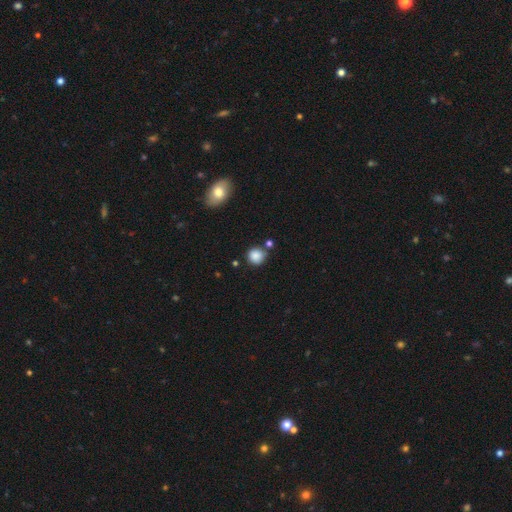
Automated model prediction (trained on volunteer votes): A smooth galaxy with no disk features (86%) that is round (89%).

Vote fractions:
- Smooth or featured? smooth: 86% / star or artifact: 10% / featured or disk: 4%
- How rounded? round: 89% / in between: 10% / cigar-shaped: 1%
- Merging? none: 74% / minor disturbance: 14% / merger: 9% / major disturbance: 3%